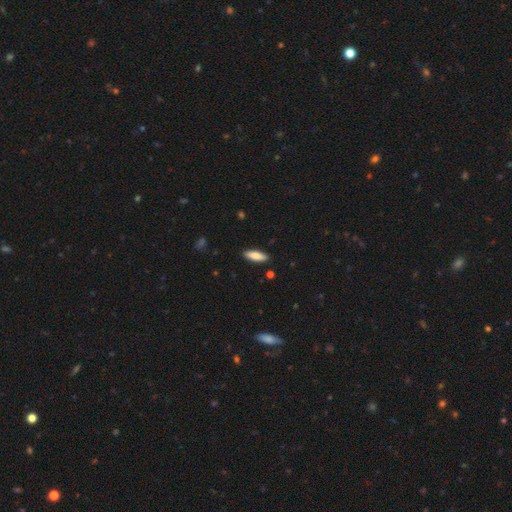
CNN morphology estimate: Smooth or featured?
  - smooth: 82% *
  - featured or disk: 13%
  - star or artifact: 6%
How rounded?
  - in between: 52% *
  - cigar-shaped: 46%
  - round: 2%
Merging?
  - none: 89% *
  - minor disturbance: 8%
  - major disturbance: 2%
  - merger: 1%